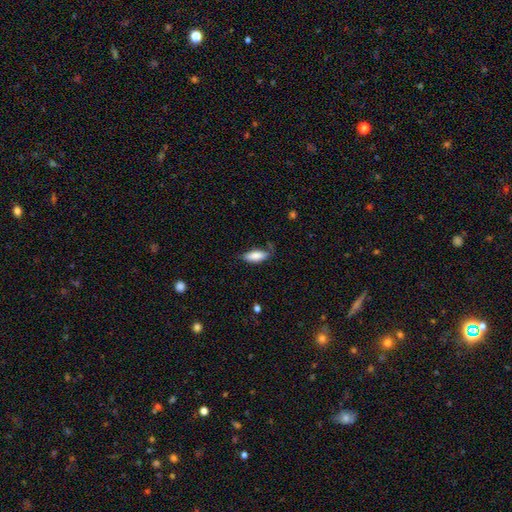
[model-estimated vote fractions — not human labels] Q: Smooth or featured?
A: smooth (84%); runner-up: featured or disk (10%)
Q: How rounded?
A: in between (76%); runner-up: cigar-shaped (22%)
Q: Merging?
A: none (69%); runner-up: minor disturbance (23%)